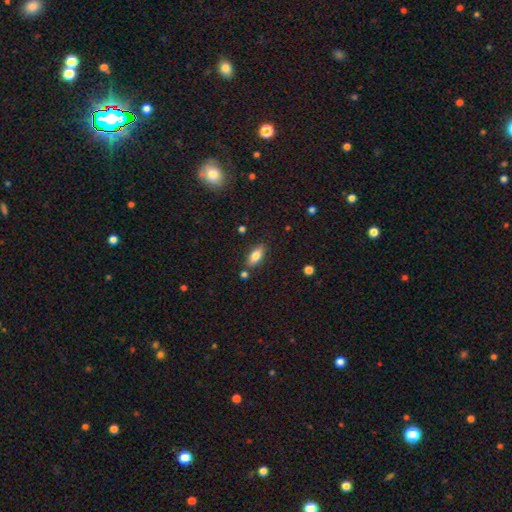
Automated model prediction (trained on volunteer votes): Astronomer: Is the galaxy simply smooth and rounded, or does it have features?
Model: smooth — 80%.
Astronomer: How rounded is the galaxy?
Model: in between — 85%.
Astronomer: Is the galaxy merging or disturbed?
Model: none — 81%.